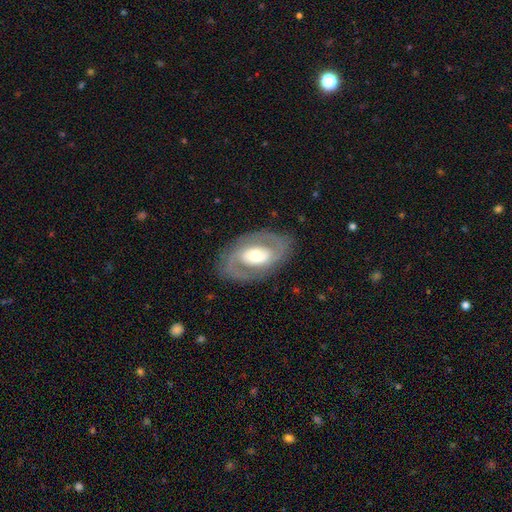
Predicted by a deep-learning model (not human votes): Smooth or featured?
  - featured or disk: 80% *
  - smooth: 15%
  - star or artifact: 5%
Edge-on disk?
  - no: 95% *
  - yes: 5%
Bar?
  - no: 50% *
  - weak: 32%
  - strong: 18%
Spiral arms?
  - yes: 79% *
  - no: 21%
Spiral winding?
  - medium: 45% *
  - tight: 39%
  - loose: 16%
Spiral arm count?
  - 2: 84% *
  - can't tell: 8%
  - 1: 3%
  - 3: 2%
  - 4: 1%
  - more than 4: 1%
Bulge size?
  - moderate: 60% *
  - small: 19%
  - large: 18%
  - dominant: 2%
  - none: 1%
Merging?
  - none: 82% *
  - minor disturbance: 11%
  - major disturbance: 6%
  - merger: 1%